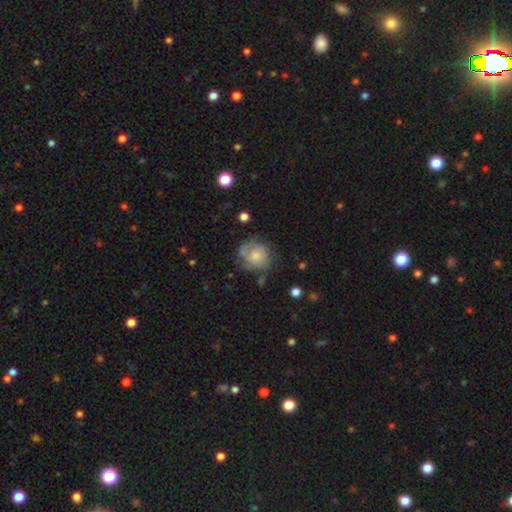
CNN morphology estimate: smooth_or_featured: smooth (p=0.46) [tied with: featured or disk p=0.46]
merging: none (p=0.56) [alt: minor disturbance p=0.25]